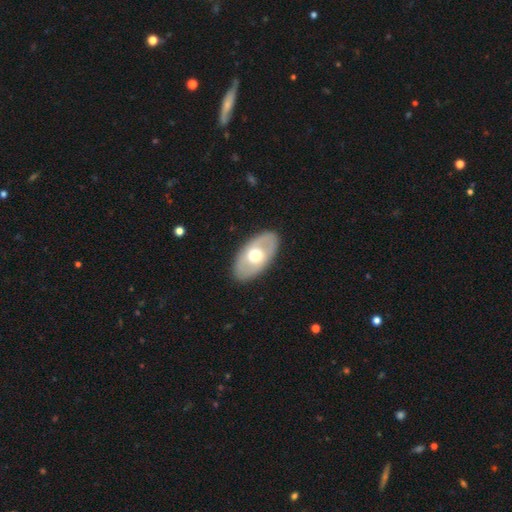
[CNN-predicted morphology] This appears to be a featured or disk galaxy (52%). Merging: none (87%).